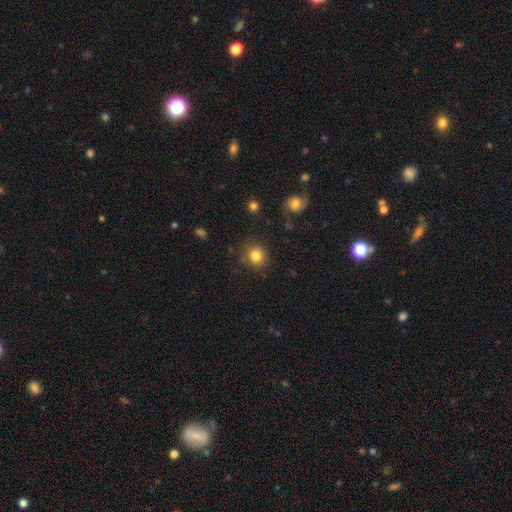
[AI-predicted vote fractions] This is clearly a smooth galaxy (82%). How rounded: clearly round (80%). Merging: clearly none (83%).